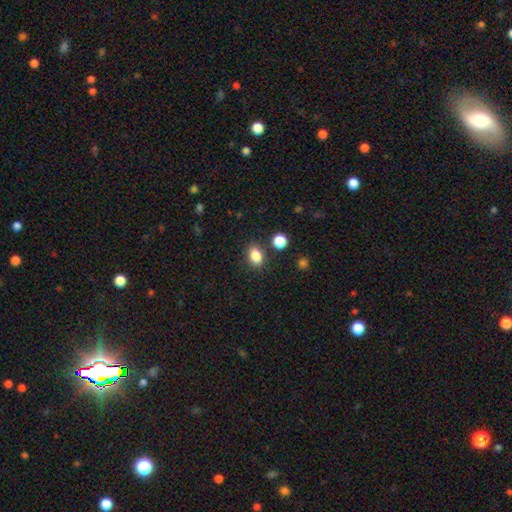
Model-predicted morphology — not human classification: A smooth galaxy with no disk features (85%) that is in between round and cigar-shaped (71%).

Vote fractions:
- Smooth or featured? smooth: 85% / star or artifact: 10% / featured or disk: 5%
- How rounded? in between: 71% / round: 27% / cigar-shaped: 1%
- Merging? none: 82% / minor disturbance: 10% / merger: 5% / major disturbance: 3%